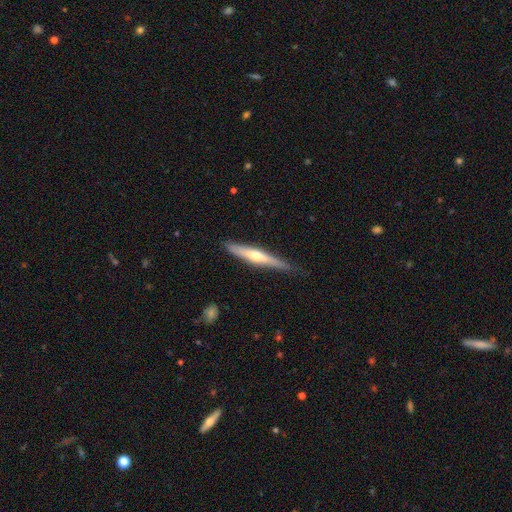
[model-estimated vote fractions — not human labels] A featured or disk galaxy (57%) viewed edge-on (94%) with a rounded central bulge (81%). Merging: none (81%).